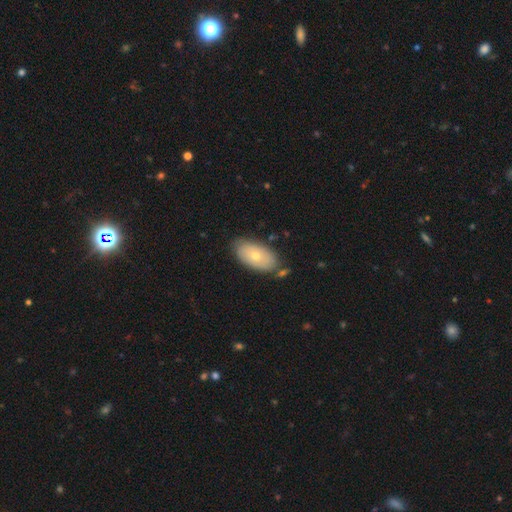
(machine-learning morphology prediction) A smooth galaxy with no disk features (66%) that is in between round and cigar-shaped (94%).

Vote fractions:
- Smooth or featured? smooth: 66% / featured or disk: 27% / star or artifact: 7%
- How rounded? in between: 94% / round: 4% / cigar-shaped: 2%
- Merging? none: 77% / minor disturbance: 15% / merger: 5% / major disturbance: 3%